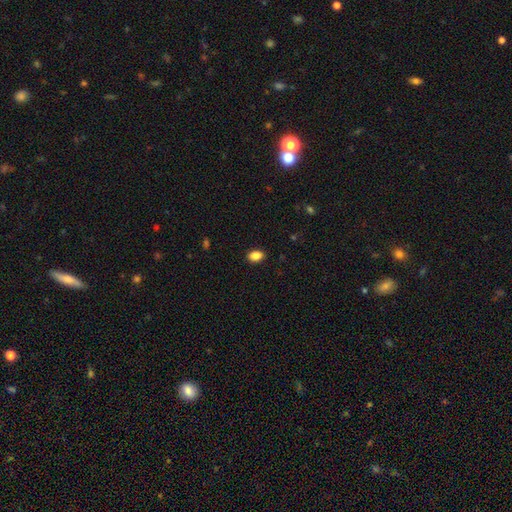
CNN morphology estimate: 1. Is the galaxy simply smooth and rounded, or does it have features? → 87% smooth, 9% star or artifact, 4% featured or disk.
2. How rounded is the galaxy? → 85% in between, 14% round, 2% cigar-shaped.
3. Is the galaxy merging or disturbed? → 89% none, 8% minor disturbance, 2% major disturbance, 1% merger.